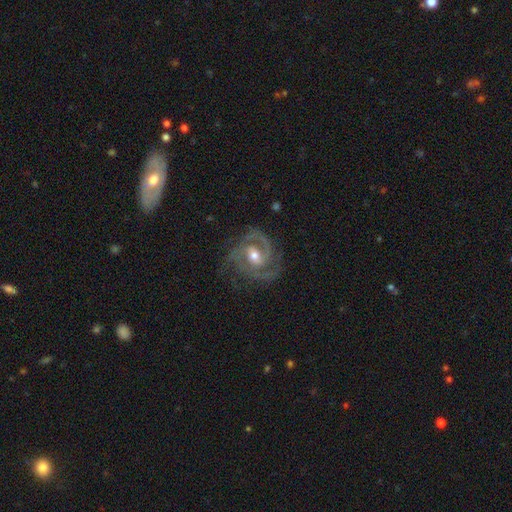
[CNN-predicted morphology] This is clearly a featured or disk galaxy (91%). It is clearly not viewed edge-on (98%). Bar: marginally weak (42%). Spiral arm pattern: clearly yes (98%). Spiral arm count: marginally 2 (41%). Spiral winding: possibly tight (49%). Central bulge: likely moderate (68%). Merging: likely none (73%).